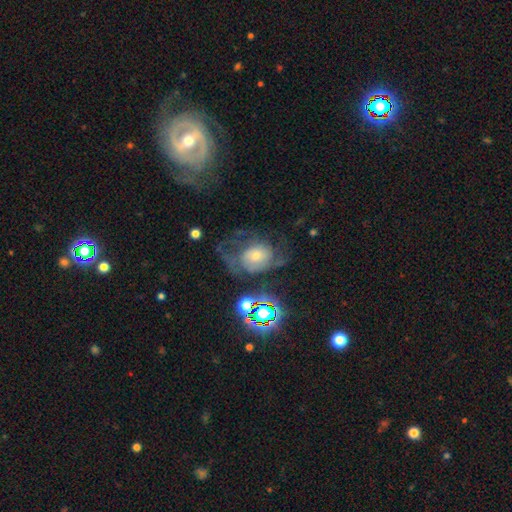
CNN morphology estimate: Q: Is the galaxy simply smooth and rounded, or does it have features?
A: featured or disk — 56%.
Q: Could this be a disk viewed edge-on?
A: no — 96%.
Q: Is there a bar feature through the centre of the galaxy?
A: no — 78%.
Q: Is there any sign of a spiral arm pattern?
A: yes — 71%.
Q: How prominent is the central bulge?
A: small — 48%.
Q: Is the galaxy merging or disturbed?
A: none — 38%.